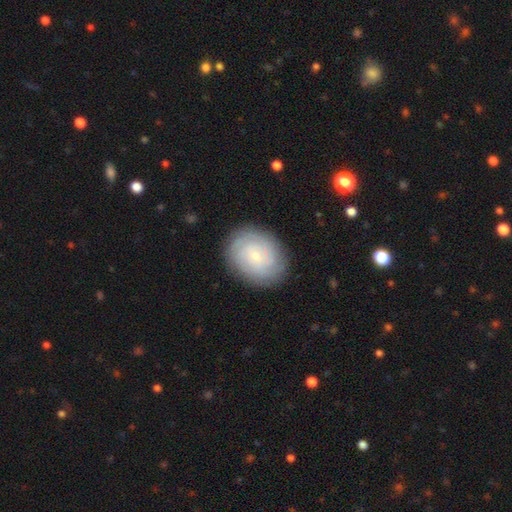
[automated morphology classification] A featured or disk galaxy (58%) with no bar (81%), spiral arms (84%) and a small central bulge (81%).

Vote fractions:
- Smooth or featured? featured or disk: 58% / smooth: 34% / star or artifact: 9%
- Edge-on disk? no: 97% / yes: 3%
- Bar? no: 81% / weak: 16% / strong: 3%
- Spiral arms? yes: 84% / no: 16%
- Bulge size? small: 81% / moderate: 15% / none: 1% / large: 1% / dominant: 1%
- Merging? none: 86% / minor disturbance: 10% / major disturbance: 3% / merger: 1%